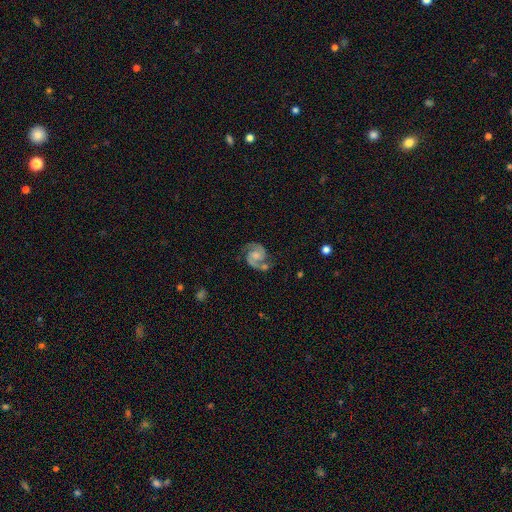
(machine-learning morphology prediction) featured or disk 89%, smooth 6%, star or artifact 5%. Down the decision tree: edge-on disk — no (98%); bar — no (57%); spiral arms — yes (98%); spiral arm count — 2 (93%); spiral winding — medium (58%); bulge size — moderate (35%, tied with small); merging — none (71%).